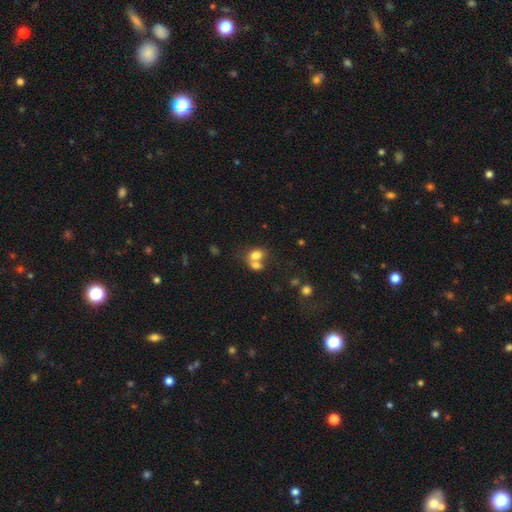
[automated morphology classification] A smooth galaxy with no disk features (75%) that is in between round and cigar-shaped (66%). Merging: merger (59%).